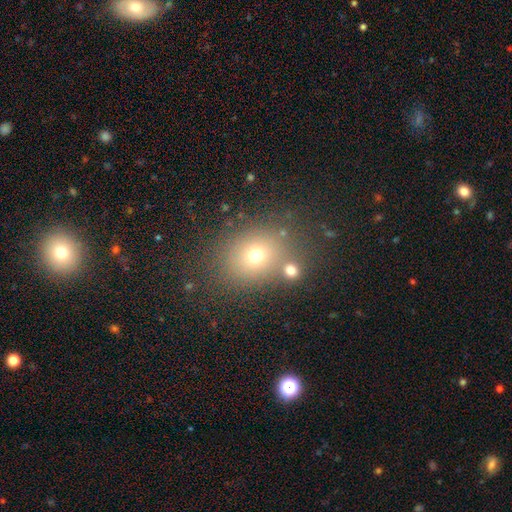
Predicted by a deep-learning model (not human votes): smooth_or_featured: smooth (p=0.66) [alt: star or artifact p=0.20]
how_rounded: round (p=0.55) [alt: in between p=0.44]
merging: none (p=0.72) [alt: minor disturbance p=0.11]